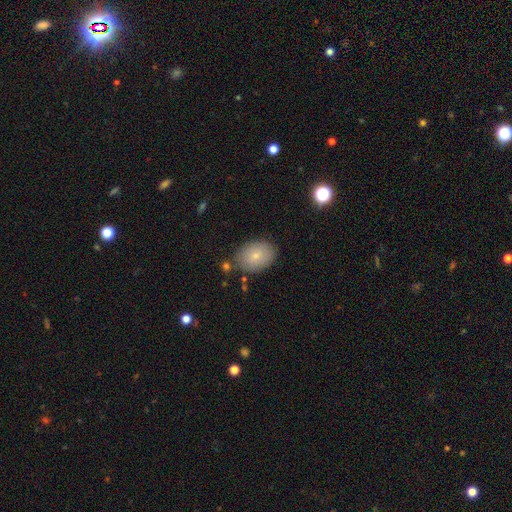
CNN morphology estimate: This is likely a smooth galaxy (78%). How rounded: likely in between (77%). Merging: clearly none (80%).